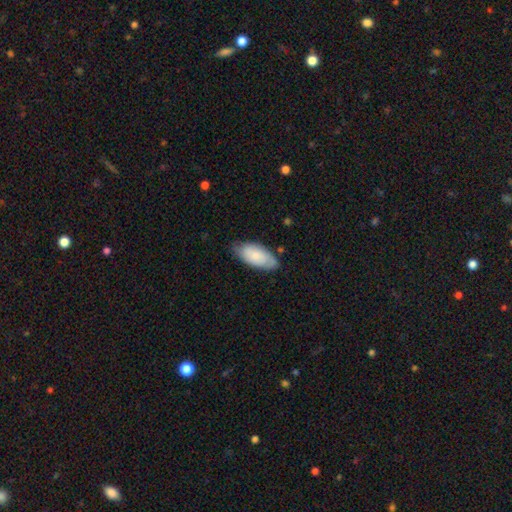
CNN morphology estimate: A smooth galaxy with no disk features (77%) that is in between round and cigar-shaped (93%). Merging: none (72%).